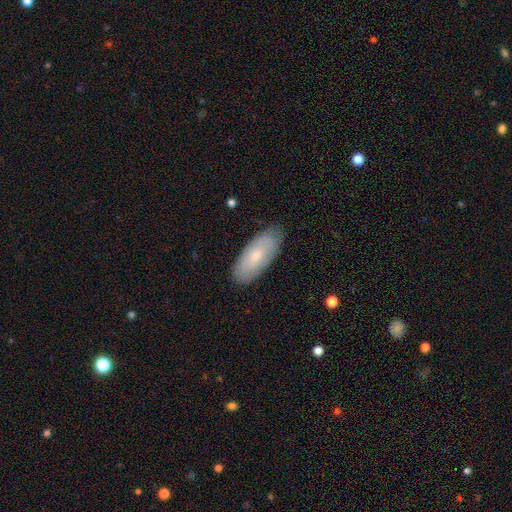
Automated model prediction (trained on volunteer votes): This appears to be a smooth galaxy with no disk features (62%) that is in between round and cigar-shaped (85%). Merging: none (84%).